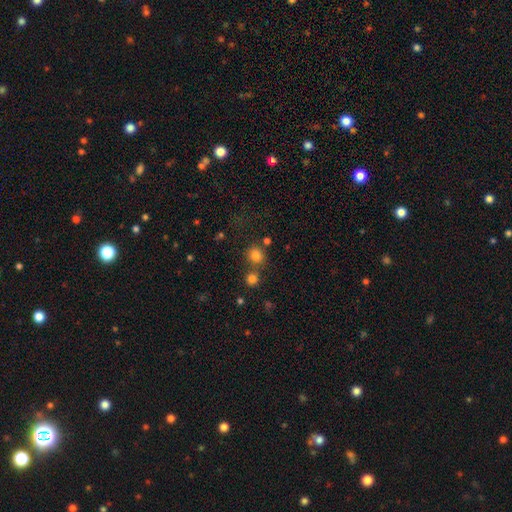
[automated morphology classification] Overall: smooth (79%). How rounded: round (81%). Merging: none (65%).